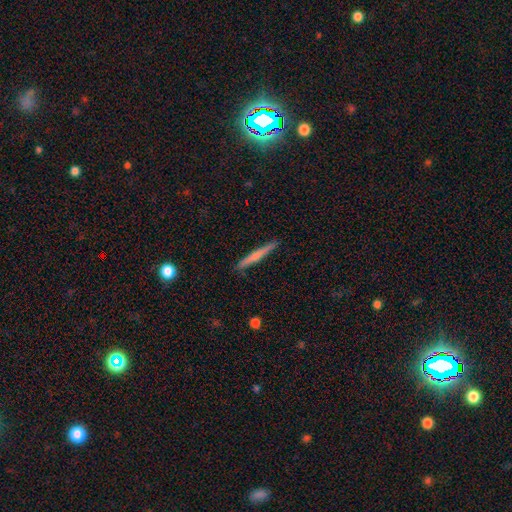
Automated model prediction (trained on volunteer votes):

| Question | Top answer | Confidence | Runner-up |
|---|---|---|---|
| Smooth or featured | smooth | 51% | featured or disk (43%) |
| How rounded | cigar-shaped | 96% | in between (3%) |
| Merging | none | 90% | minor disturbance (7%) |